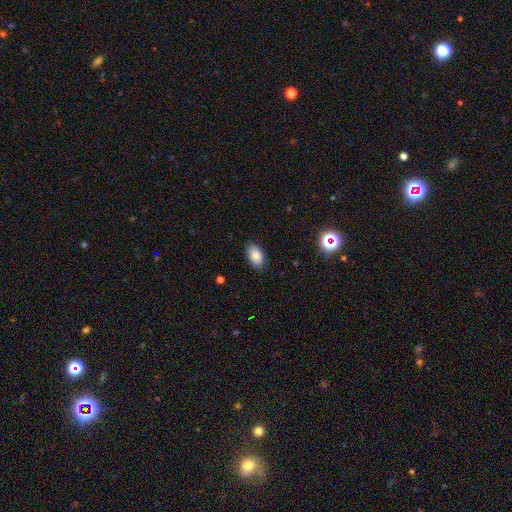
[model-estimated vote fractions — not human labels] This is clearly a smooth galaxy (82%). How rounded: clearly in between (92%). Merging: clearly none (85%).